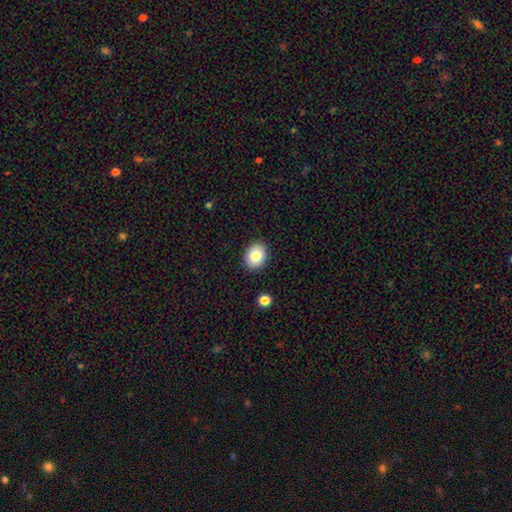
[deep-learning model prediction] This appears to be a smooth galaxy with no disk features (82%) that is in between round and cigar-shaped (59%). Merging: none (89%).